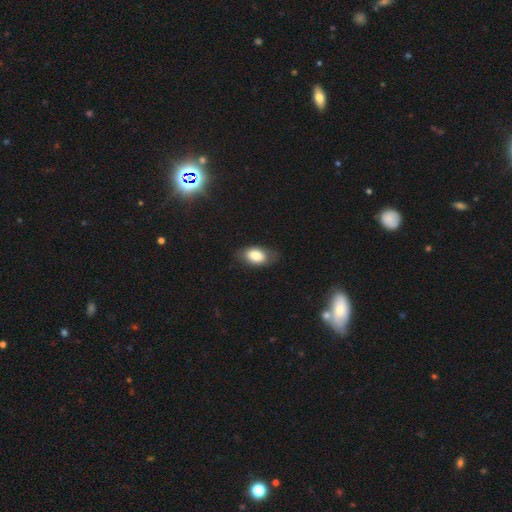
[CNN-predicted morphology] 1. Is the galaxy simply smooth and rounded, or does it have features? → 81% smooth, 11% featured or disk, 8% star or artifact.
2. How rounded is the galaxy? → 89% in between, 9% round, 2% cigar-shaped.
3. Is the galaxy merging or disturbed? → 76% none, 18% minor disturbance, 5% major disturbance, 1% merger.